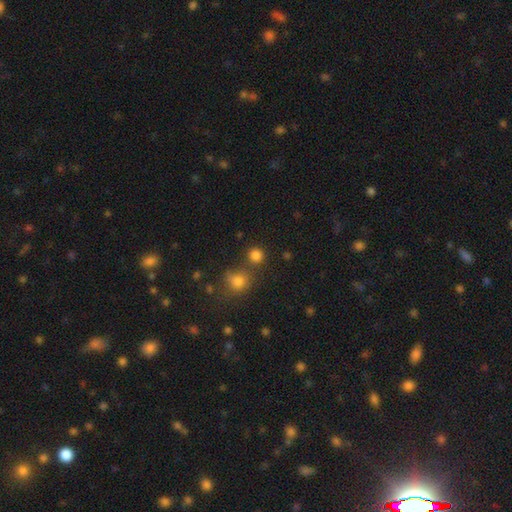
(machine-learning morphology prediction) This is clearly a smooth galaxy (80%). How rounded: clearly round (88%). Merging: likely none (71%).